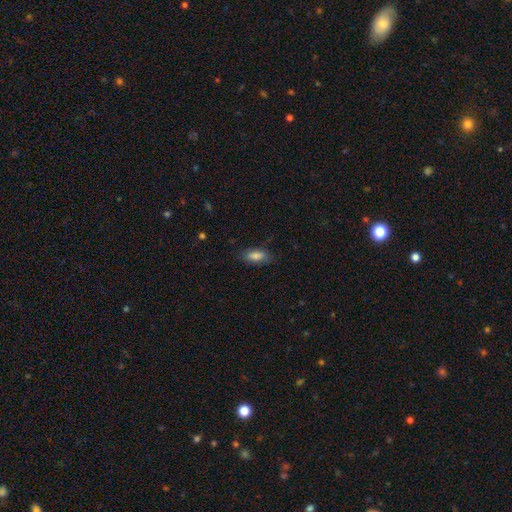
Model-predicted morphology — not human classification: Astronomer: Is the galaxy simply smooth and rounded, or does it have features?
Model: smooth — 83%.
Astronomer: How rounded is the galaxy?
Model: in between — 80%.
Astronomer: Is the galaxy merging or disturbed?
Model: none — 80%.